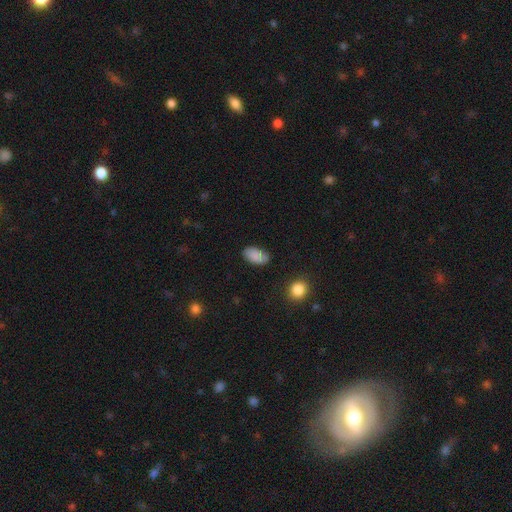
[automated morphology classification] Overall: smooth (82%). How rounded: in between (93%). Merging: none (77%).